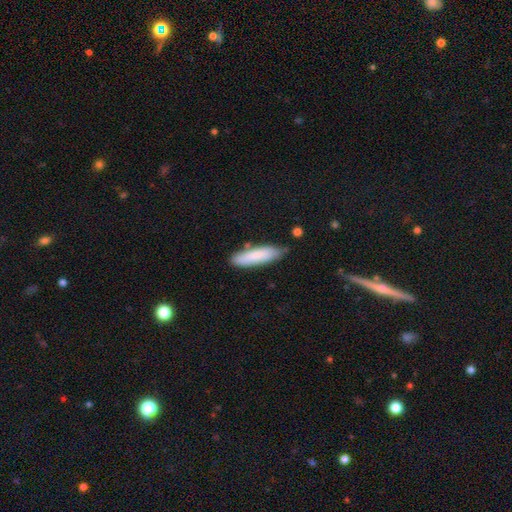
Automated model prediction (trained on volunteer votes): Smooth or featured? smooth (82%)
How rounded? cigar-shaped (67%)
Merging? none (76%)